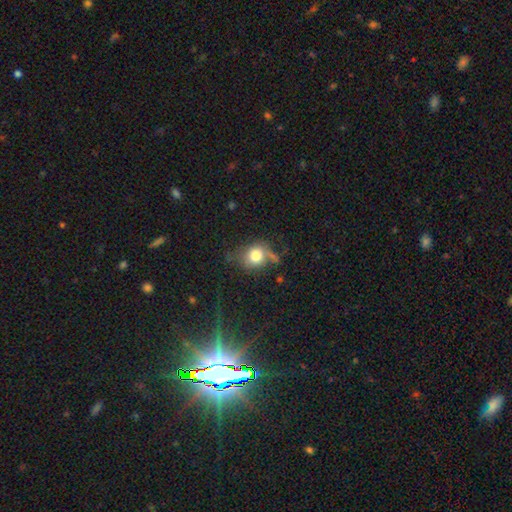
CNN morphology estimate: Smooth or featured? Predicted: smooth (p=0.75). How rounded? Predicted: round (p=0.66). Merging? Predicted: none (p=0.52).